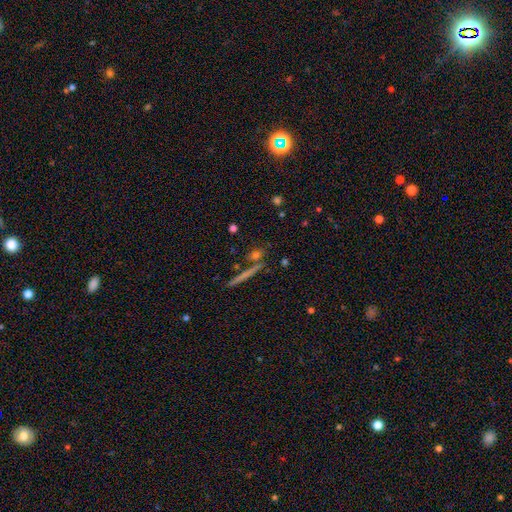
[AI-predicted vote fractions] Morphology: type=smooth (51%); roundness=cigar-shaped (68%); merging=none (81%).